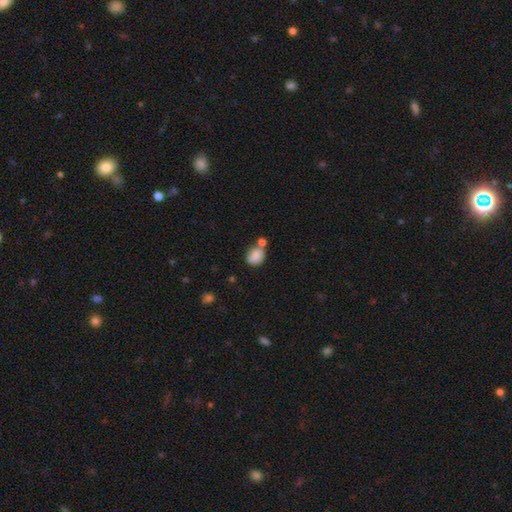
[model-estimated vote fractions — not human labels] Smooth or featured?
  - smooth: 80% *
  - featured or disk: 11%
  - star or artifact: 9%
How rounded?
  - round: 55% *
  - in between: 44%
  - cigar-shaped: 1%
Merging?
  - none: 49% *
  - merger: 27%
  - minor disturbance: 18%
  - major disturbance: 5%